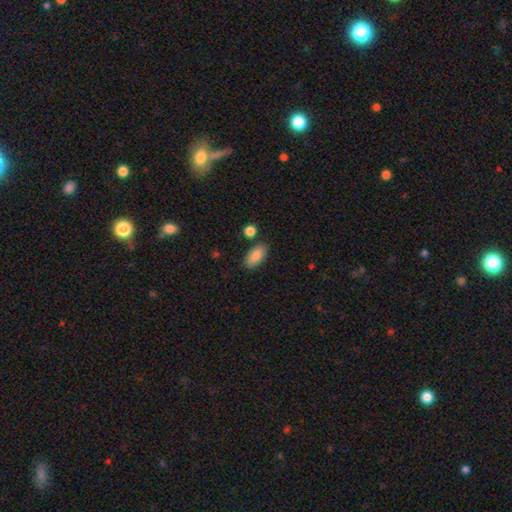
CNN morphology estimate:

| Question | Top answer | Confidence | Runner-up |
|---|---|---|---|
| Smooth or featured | smooth | 85% | featured or disk (8%) |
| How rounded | in between | 91% | cigar-shaped (5%) |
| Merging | none | 82% | minor disturbance (11%) |